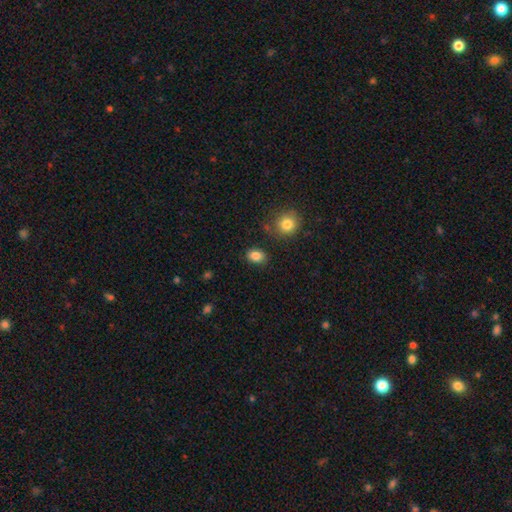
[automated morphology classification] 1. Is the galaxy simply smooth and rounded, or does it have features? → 86% smooth, 9% star or artifact, 4% featured or disk.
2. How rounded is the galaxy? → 72% in between, 27% round, 1% cigar-shaped.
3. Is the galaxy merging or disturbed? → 83% none, 11% minor disturbance, 3% merger, 3% major disturbance.